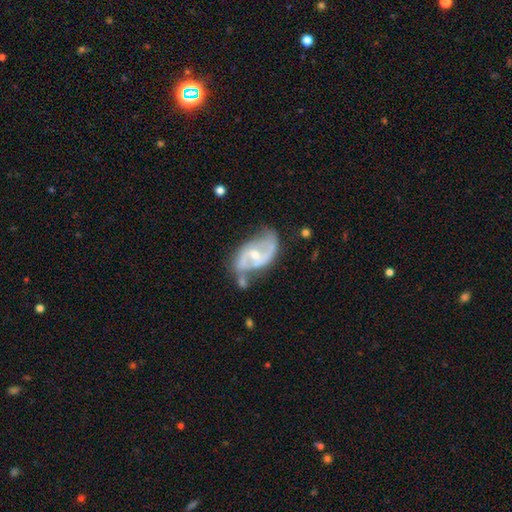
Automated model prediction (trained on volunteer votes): Smooth or featured: featured or disk — 84% (smooth — 10%)
Edge-on disk: no — 96% (yes — 4%)
Bar: weak — 48% (no — 32%)
Spiral arms: yes — 90% (no — 10%)
Spiral winding: medium — 44% (loose — 41%)
Spiral arm count: 2 — 86% (can't tell — 7%)
Bulge size: moderate — 50% (small — 46%)
Merging: none — 48% (minor disturbance — 26%)